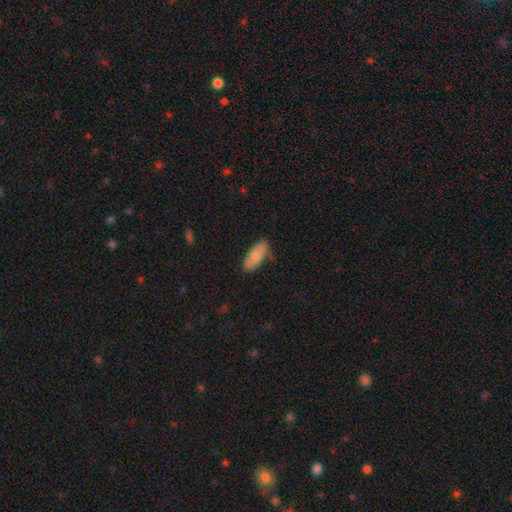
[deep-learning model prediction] This appears to be a smooth galaxy with no disk features (76%) that is in between round and cigar-shaped (84%). Merging: none (75%).